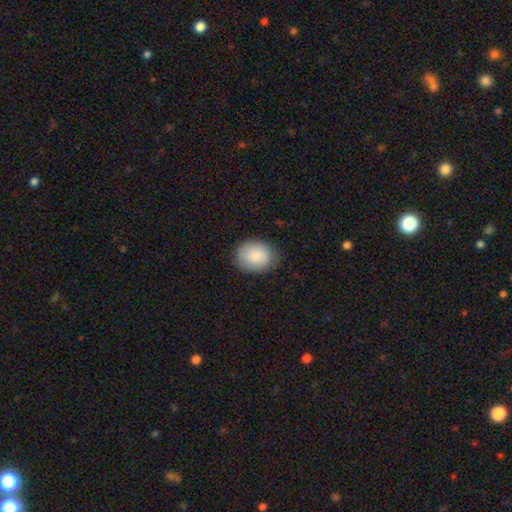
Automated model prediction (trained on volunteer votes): smooth 87%, featured or disk 7%, star or artifact 6%. Down the decision tree: how rounded — in between (57%); merging — none (81%).